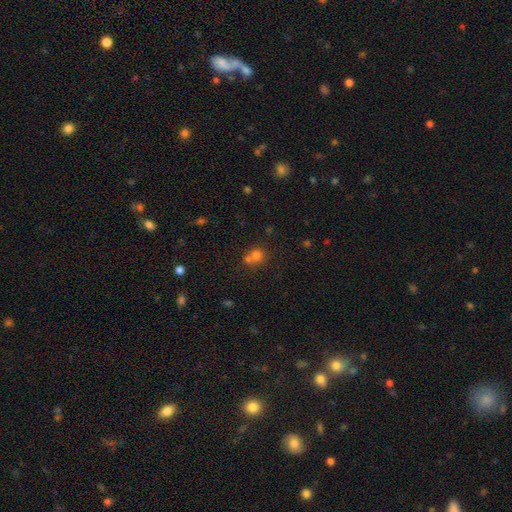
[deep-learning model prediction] Smooth or featured? Predicted: smooth (p=0.71). How rounded? Predicted: round (p=0.84). Merging? Predicted: merger (p=0.46).